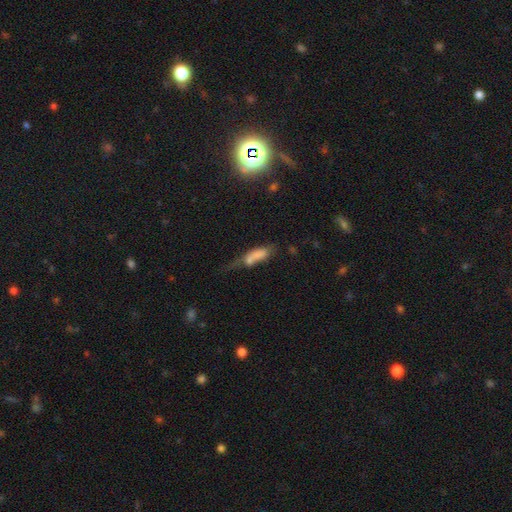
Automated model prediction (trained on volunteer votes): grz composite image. It shows a smooth galaxy with no disk features (68%) that is in between round and cigar-shaped (59%). Merging: merger (29%).